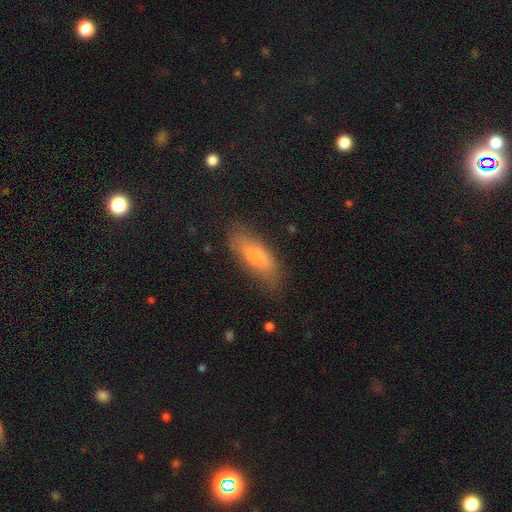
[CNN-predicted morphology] Q: Smooth or featured?
A: smooth (69%); runner-up: featured or disk (23%)
Q: How rounded?
A: in between (61%); runner-up: cigar-shaped (36%)
Q: Merging?
A: none (70%); runner-up: minor disturbance (21%)